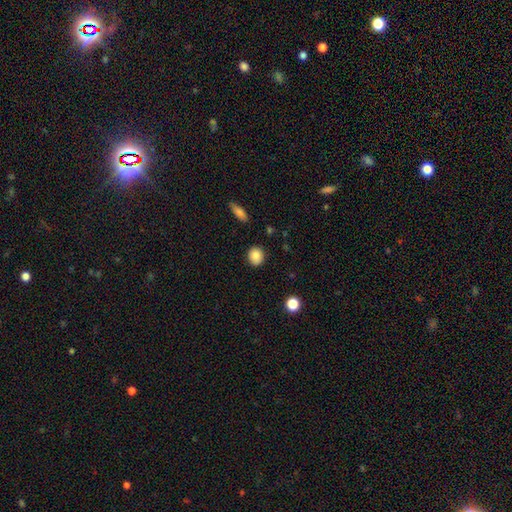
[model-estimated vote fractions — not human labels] This appears to be a smooth galaxy with no disk features (86%) that is round (76%). Merging: none (89%).